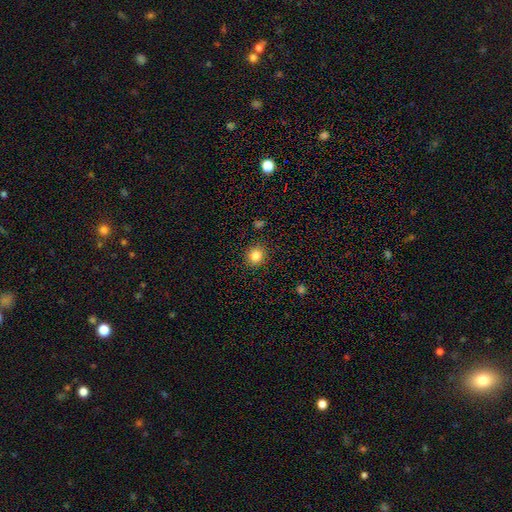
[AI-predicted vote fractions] A smooth galaxy with no disk features (83%) that is round (87%). Merging: none (90%).